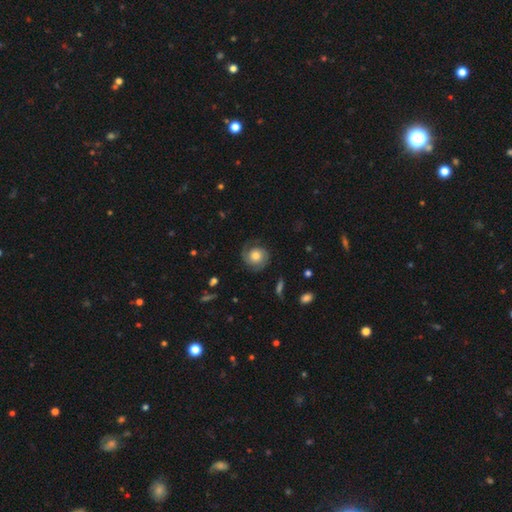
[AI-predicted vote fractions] smooth_or_featured: featured or disk (p=0.66) [alt: smooth p=0.26]
disk_edge_on: no (p=0.98) [alt: yes p=0.02]
bar: no (p=0.77) [alt: weak p=0.20]
has_spiral_arms: yes (p=0.93) [alt: no p=0.07]
spiral_winding: tight (p=0.53) [alt: medium p=0.34]
spiral_arm_count: 2 (p=0.73) [alt: 1 p=0.13]
bulge_size: moderate (p=0.53) [alt: large p=0.30]
merging: none (p=0.76) [alt: minor disturbance p=0.15]